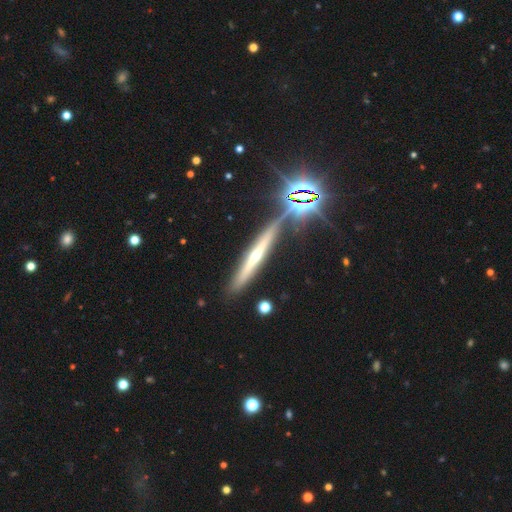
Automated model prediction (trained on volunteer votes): Morphology: type=featured or disk (63%); edge-on=yes (94%); edge-on bulge=rounded (72%); merging=none (83%).